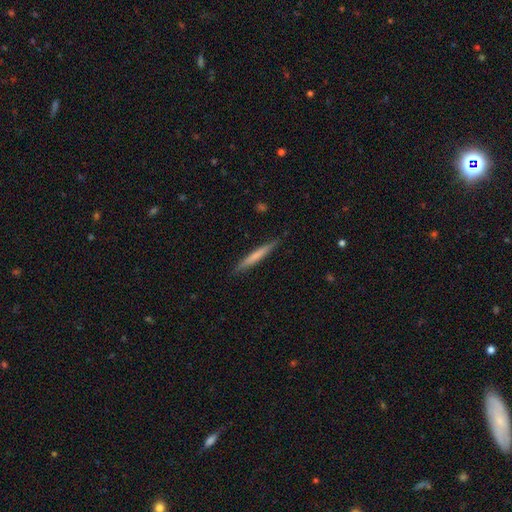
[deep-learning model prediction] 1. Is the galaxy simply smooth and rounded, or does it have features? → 66% smooth, 29% featured or disk, 5% star or artifact.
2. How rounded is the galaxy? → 96% cigar-shaped, 3% in between, 1% round.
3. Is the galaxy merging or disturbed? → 89% none, 8% minor disturbance, 1% major disturbance, 1% merger.